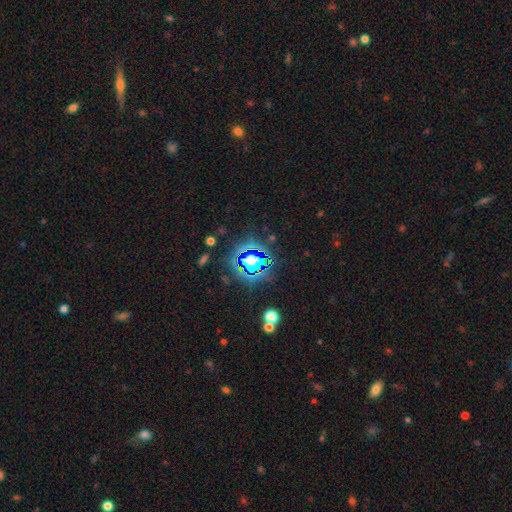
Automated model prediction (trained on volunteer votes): A star or artifact, not a galaxy (66%).

Vote fractions:
- Smooth or featured? star or artifact: 66% / smooth: 22% / featured or disk: 12%